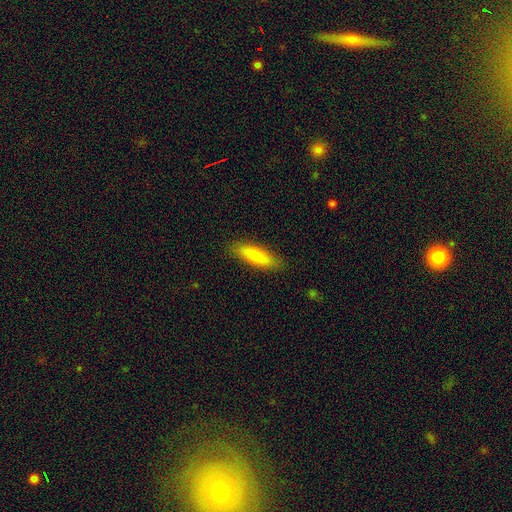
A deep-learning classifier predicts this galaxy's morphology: type=smooth (76%); roundness=cigar-shaped (51%); merging=none (86%).